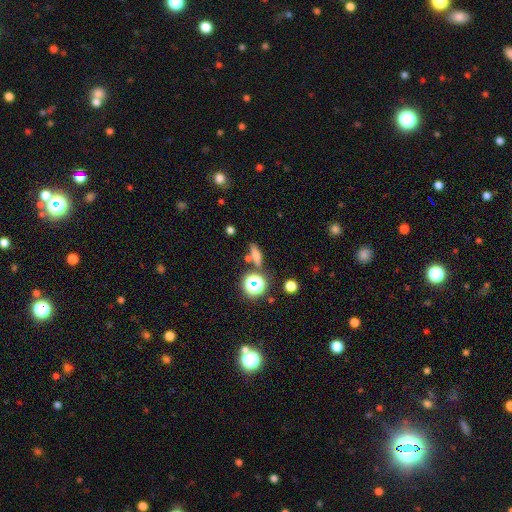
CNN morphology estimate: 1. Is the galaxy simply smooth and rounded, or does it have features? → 61% smooth, 23% star or artifact, 16% featured or disk.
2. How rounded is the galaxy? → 46% cigar-shaped, 37% in between, 18% round.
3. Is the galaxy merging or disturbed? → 69% none, 13% minor disturbance, 13% merger, 5% major disturbance.